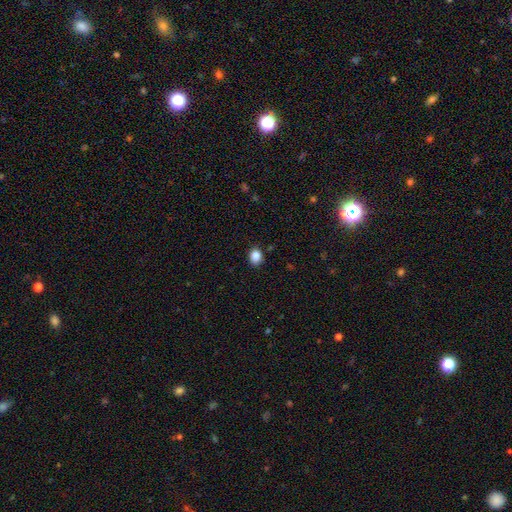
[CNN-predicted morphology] This is clearly a smooth galaxy (86%). How rounded: possibly in between (50%). Merging: clearly none (87%).